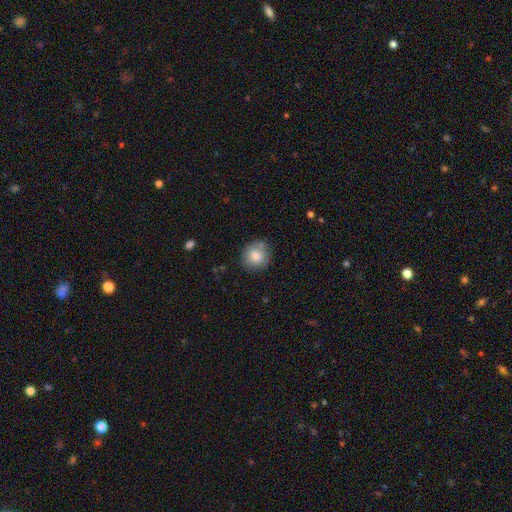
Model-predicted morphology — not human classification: The model was most divided on "merging": none: 77%, minor disturbance: 15%, merger: 4%, major disturbance: 4%. More confident: how rounded — round (86%); smooth or featured — smooth (82%).